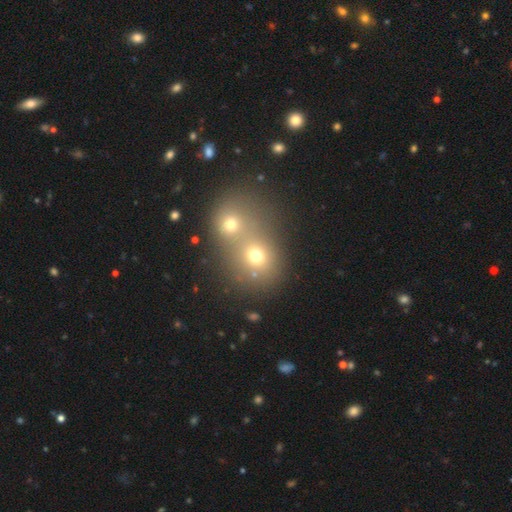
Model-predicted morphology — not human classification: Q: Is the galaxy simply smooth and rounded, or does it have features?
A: smooth — 68%.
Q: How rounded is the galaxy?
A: round — 71%.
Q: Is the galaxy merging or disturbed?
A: merger — 61%.